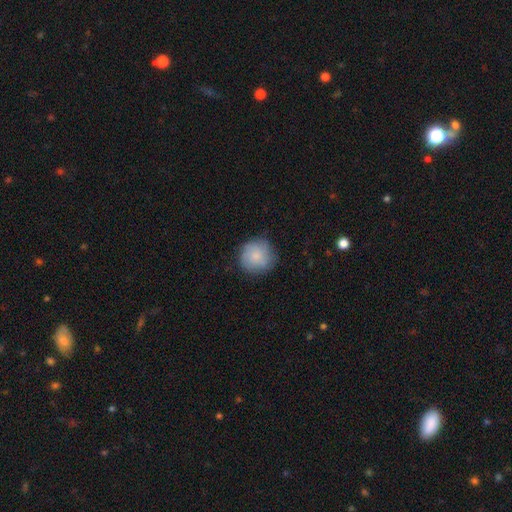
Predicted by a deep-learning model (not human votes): Overall: smooth (76%). How rounded: round (91%). Merging: none (76%).